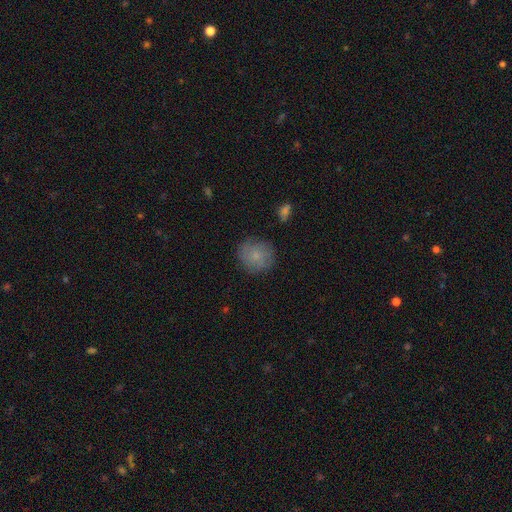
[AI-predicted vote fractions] smooth_or_featured: smooth (p=0.78) [alt: featured or disk p=0.14]
how_rounded: round (p=0.88) [alt: in between p=0.11]
merging: none (p=0.79) [alt: minor disturbance p=0.15]